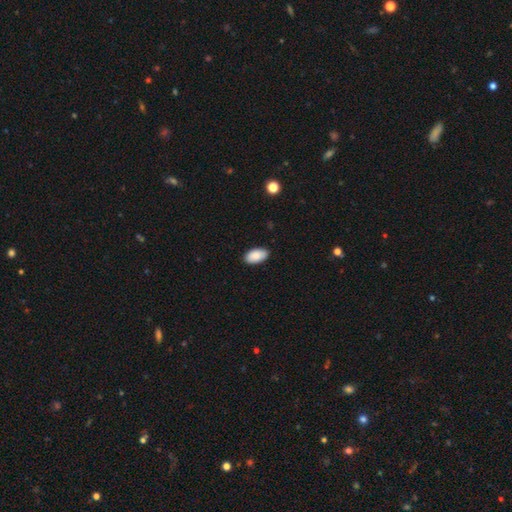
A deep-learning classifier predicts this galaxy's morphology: Overall: smooth (88%). How rounded: in between (96%). Merging: none (88%).